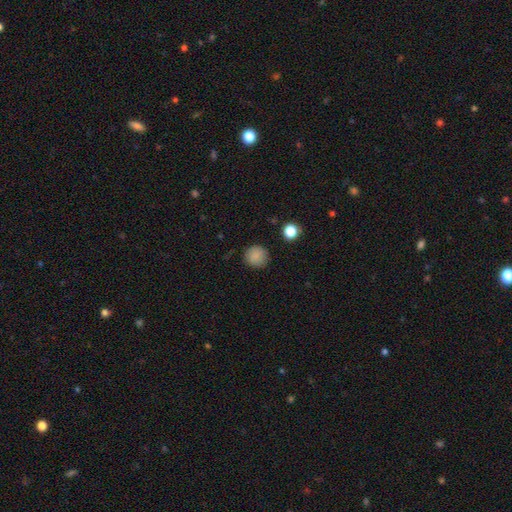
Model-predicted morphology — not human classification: Smooth or featured?
  - smooth: 85% *
  - star or artifact: 10%
  - featured or disk: 4%
How rounded?
  - round: 92% *
  - in between: 7%
  - cigar-shaped: 1%
Merging?
  - none: 86% *
  - minor disturbance: 10%
  - major disturbance: 3%
  - merger: 1%